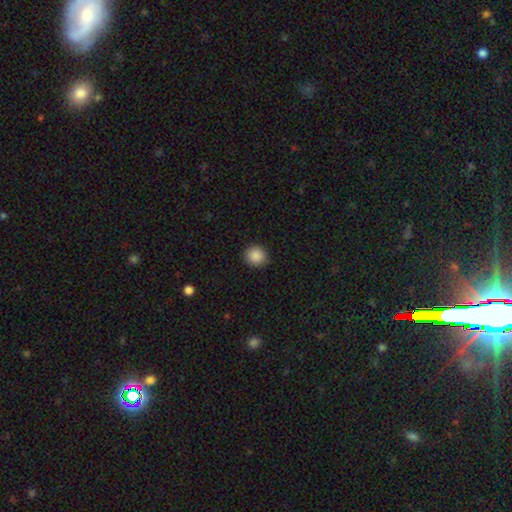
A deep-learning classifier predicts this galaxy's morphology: type=smooth (88%); roundness=round (92%); merging=none (92%).